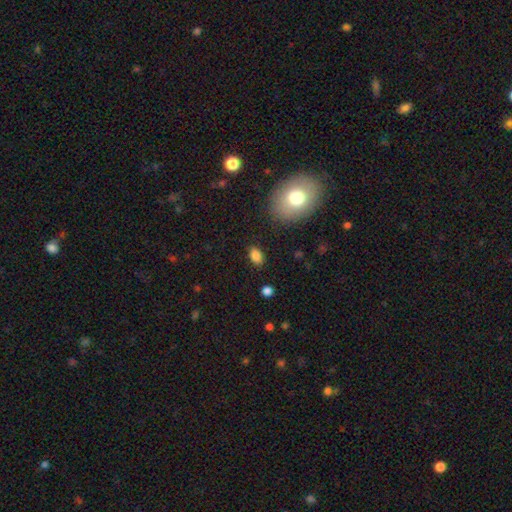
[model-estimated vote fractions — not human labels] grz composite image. It shows a smooth galaxy with no disk features (85%) that is in between round and cigar-shaped (86%). Merging: none (85%).